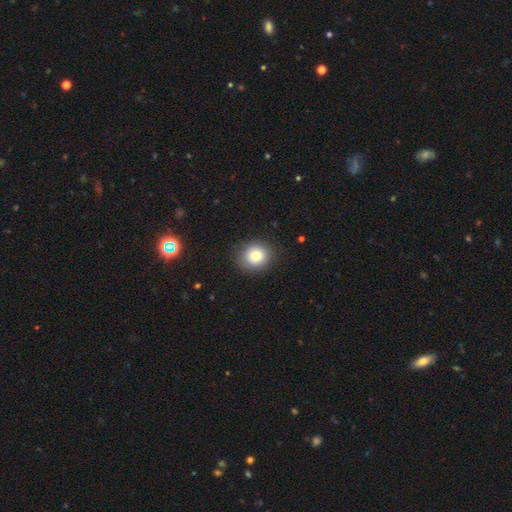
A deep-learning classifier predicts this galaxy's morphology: Smooth or featured? Predicted: smooth (p=0.79). How rounded? Predicted: round (p=0.83). Merging? Predicted: none (p=0.88).